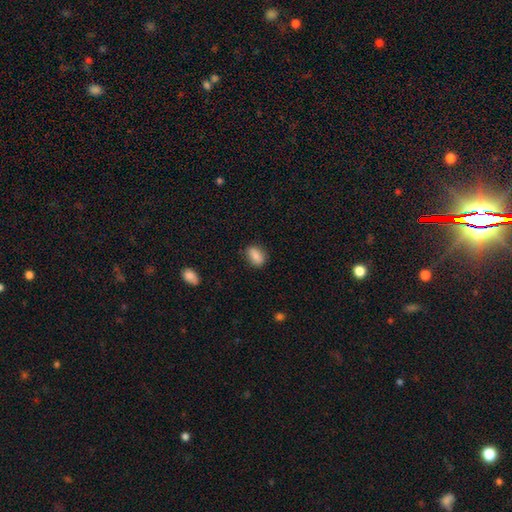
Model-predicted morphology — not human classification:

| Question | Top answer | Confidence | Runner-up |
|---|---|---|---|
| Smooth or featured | smooth | 85% | star or artifact (8%) |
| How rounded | in between | 82% | round (13%) |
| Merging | none | 82% | minor disturbance (14%) |